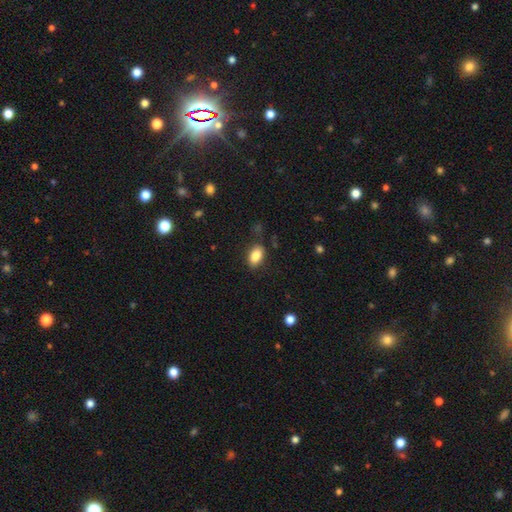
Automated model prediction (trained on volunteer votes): Smooth or featured? Predicted: smooth (p=0.84). How rounded? Predicted: in between (p=0.89). Merging? Predicted: none (p=0.83).